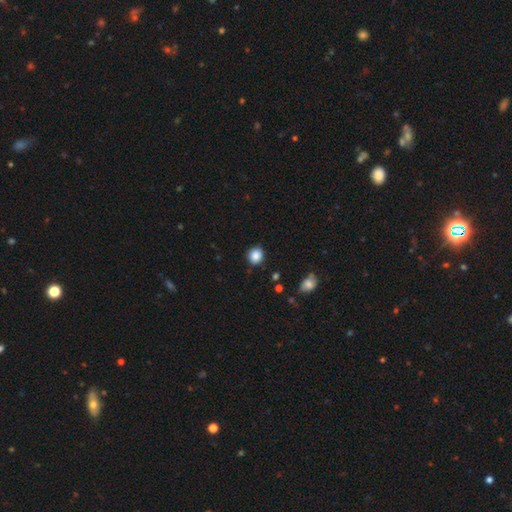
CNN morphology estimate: Q: Smooth or featured?
A: smooth (87%); runner-up: star or artifact (10%)
Q: How rounded?
A: round (83%); runner-up: in between (16%)
Q: Merging?
A: none (87%); runner-up: minor disturbance (10%)